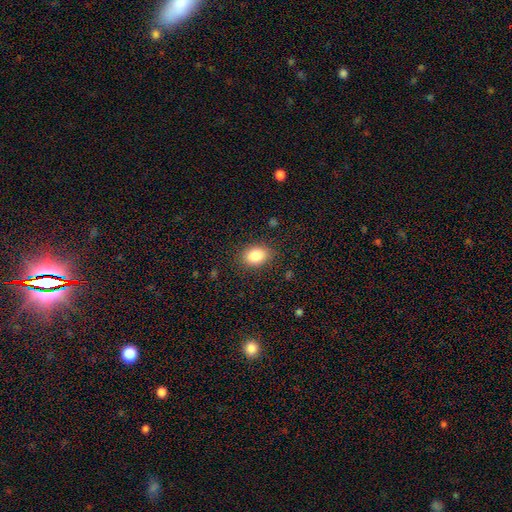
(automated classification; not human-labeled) Q: Smooth or featured?
A: smooth (85%); runner-up: star or artifact (8%)
Q: How rounded?
A: in between (72%); runner-up: round (27%)
Q: Merging?
A: none (84%); runner-up: minor disturbance (11%)